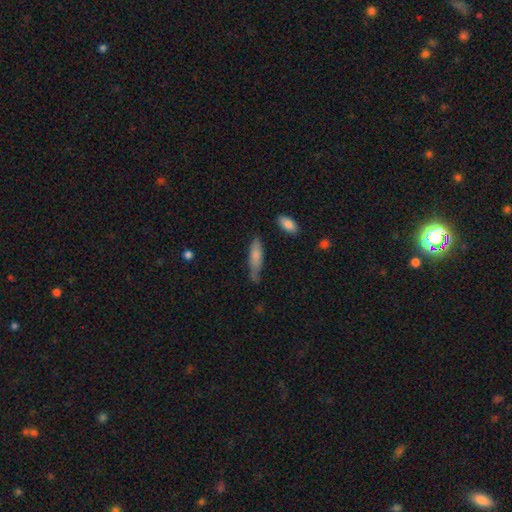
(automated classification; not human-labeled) Morphology: type=smooth (77%); roundness=cigar-shaped (60%); merging=none (58%).